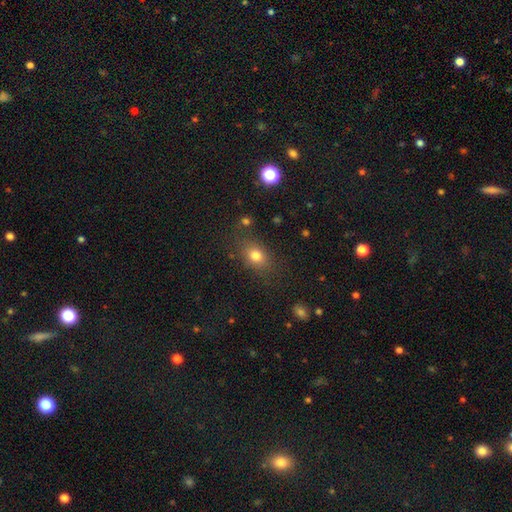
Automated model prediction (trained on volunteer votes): Smooth or featured? Predicted: smooth (p=0.77). How rounded? Predicted: in between (p=0.68). Merging? Predicted: none (p=0.76).